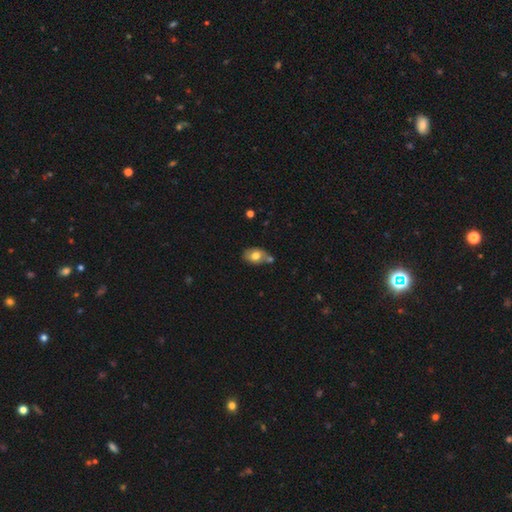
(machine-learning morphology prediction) A smooth galaxy with no disk features (74%) that is in between round and cigar-shaped (80%).

Vote fractions:
- Smooth or featured? smooth: 74% / featured or disk: 18% / star or artifact: 8%
- How rounded? in between: 80% / round: 19% / cigar-shaped: 1%
- Merging? none: 50% / merger: 24% / minor disturbance: 21% / major disturbance: 5%